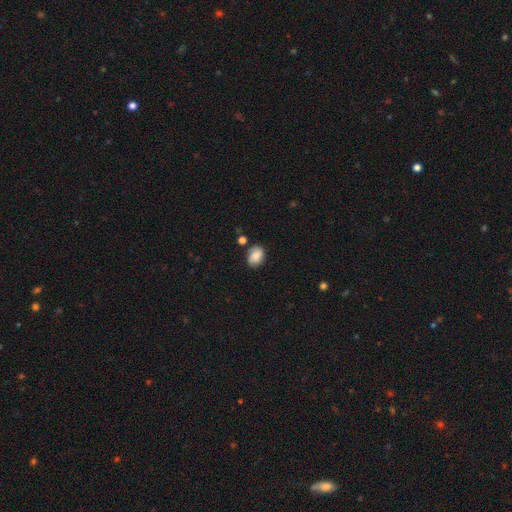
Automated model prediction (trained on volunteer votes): Morphology: type=smooth (78%); roundness=in between (71%); merging=none (70%).